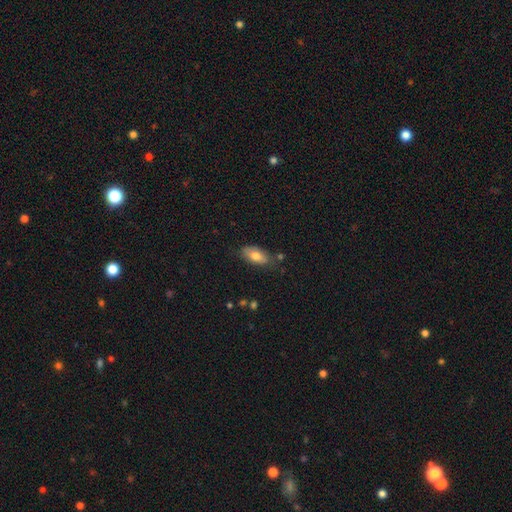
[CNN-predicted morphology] smooth-or-featured: smooth: 76% | featured or disk: 17% | star or artifact: 7%
  how-rounded: in between: 88% | cigar-shaped: 9% | round: 3%
  merging: none: 75% | minor disturbance: 18% | merger: 4% | major disturbance: 3%